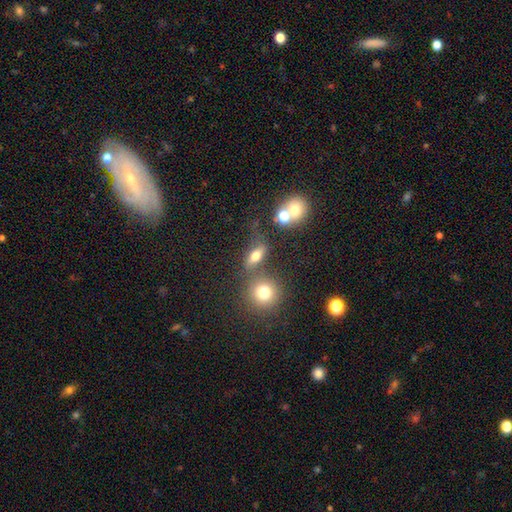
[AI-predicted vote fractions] Smooth or featured?
  - smooth: 64% *
  - featured or disk: 21%
  - star or artifact: 16%
How rounded?
  - in between: 60% *
  - round: 25%
  - cigar-shaped: 15%
Merging?
  - none: 59% *
  - merger: 17%
  - minor disturbance: 15%
  - major disturbance: 9%